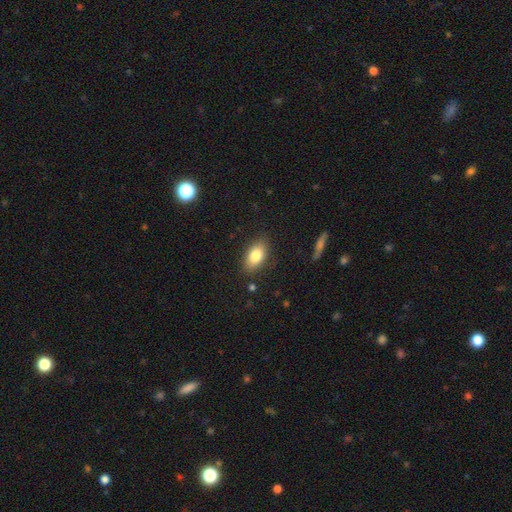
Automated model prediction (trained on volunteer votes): smooth-or-featured: smooth: 82% | featured or disk: 11% | star or artifact: 8%
  how-rounded: in between: 90% | round: 6% | cigar-shaped: 4%
  merging: none: 84% | minor disturbance: 11% | major disturbance: 3% | merger: 1%